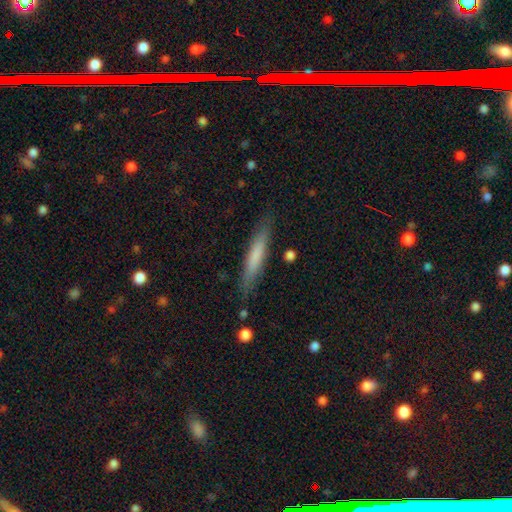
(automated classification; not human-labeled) smooth 68%, featured or disk 26%, star or artifact 6%. Down the decision tree: how rounded — cigar-shaped (91%); merging — none (85%).